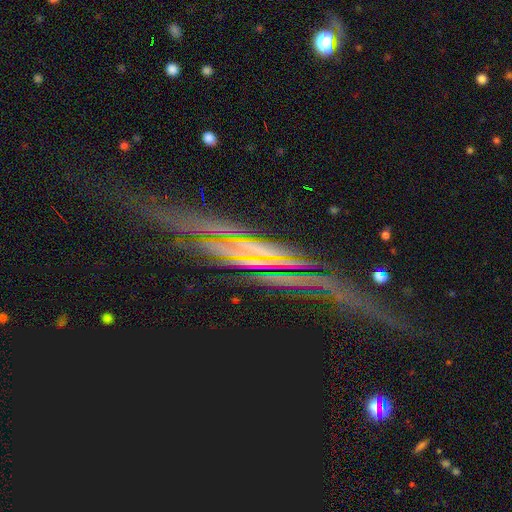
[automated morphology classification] smooth_or_featured: featured or disk (p=0.67) [alt: star or artifact p=0.22]
disk_edge_on: yes (p=0.77) [alt: no p=0.23]
edge_on_bulge: none (p=0.42) [alt: rounded p=0.33]
merging: none (p=0.73) [alt: minor disturbance p=0.15]